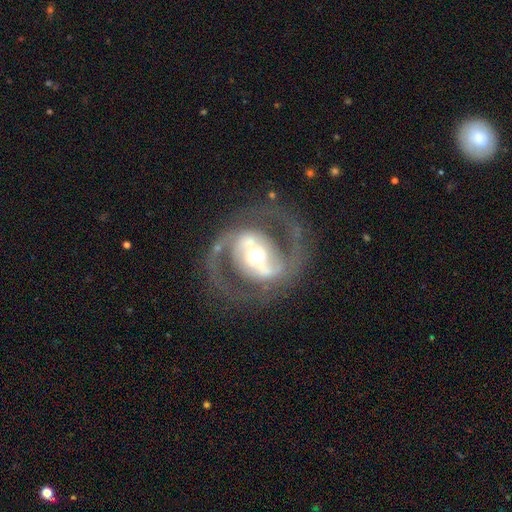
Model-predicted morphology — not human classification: This appears to be a featured or disk galaxy (86%) with a strong bar (51%), 2 (91%) medium (56%) spiral arms (85%) and a moderate central bulge (61%). Merging: none (77%).